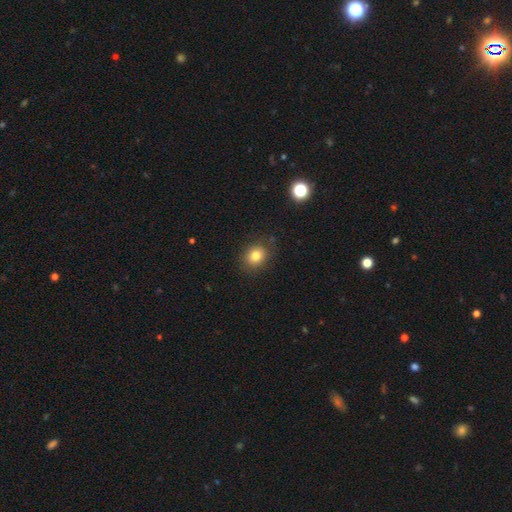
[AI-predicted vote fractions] Q: Smooth or featured?
A: smooth (80%); runner-up: star or artifact (12%)
Q: How rounded?
A: round (66%); runner-up: in between (33%)
Q: Merging?
A: none (85%); runner-up: minor disturbance (10%)